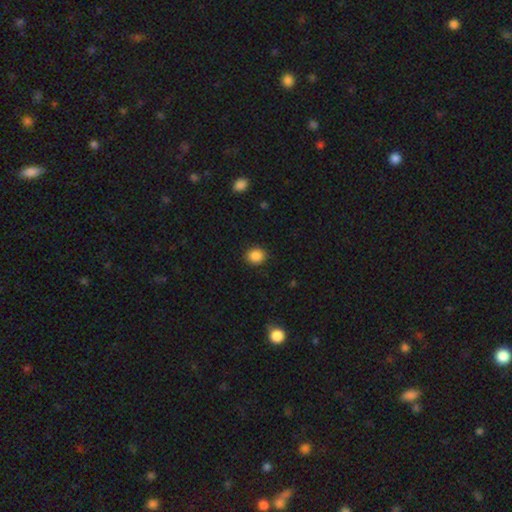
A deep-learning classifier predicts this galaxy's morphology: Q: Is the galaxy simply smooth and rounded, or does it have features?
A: smooth — 88%.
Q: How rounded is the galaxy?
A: round — 77%.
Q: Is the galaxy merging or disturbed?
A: none — 90%.